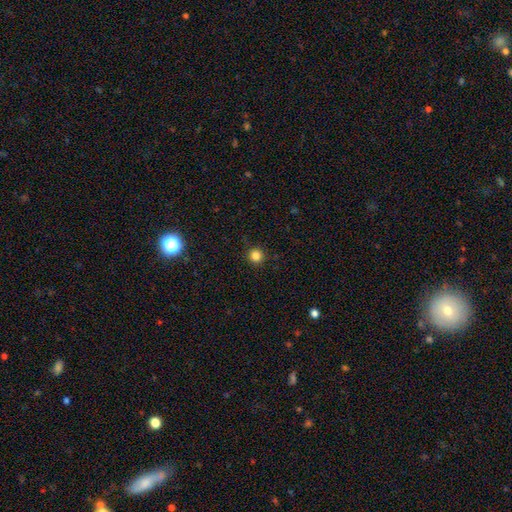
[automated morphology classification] This is clearly a smooth galaxy (83%). How rounded: clearly round (95%). Merging: clearly none (91%).